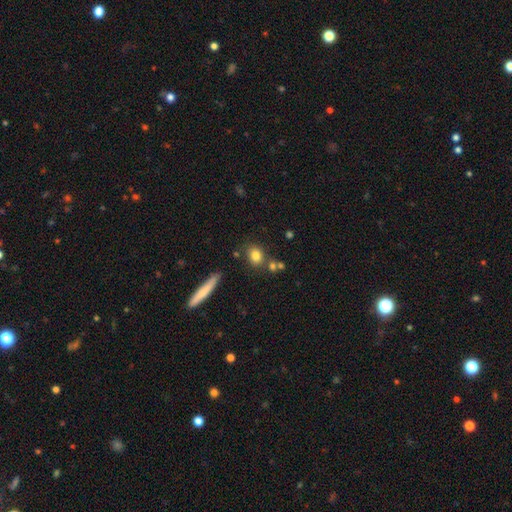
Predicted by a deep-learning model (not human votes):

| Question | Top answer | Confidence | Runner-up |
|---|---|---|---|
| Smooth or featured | smooth | 80% | featured or disk (10%) |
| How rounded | round | 55% | in between (40%) |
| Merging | none | 73% | merger (12%) |